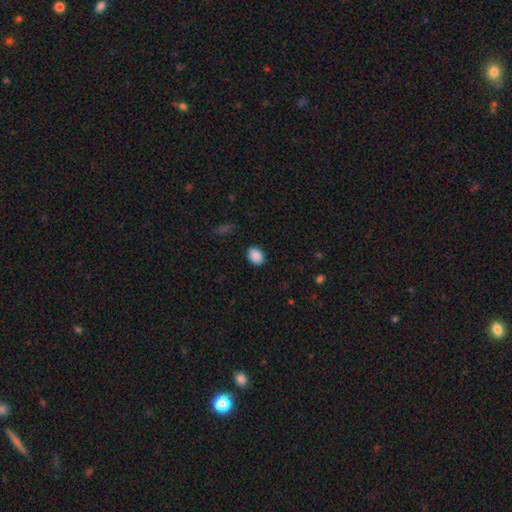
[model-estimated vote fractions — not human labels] The model was most divided on "how rounded": in between: 67%, round: 32%, cigar-shaped: 1%. More confident: merging — none (89%); smooth or featured — smooth (89%).